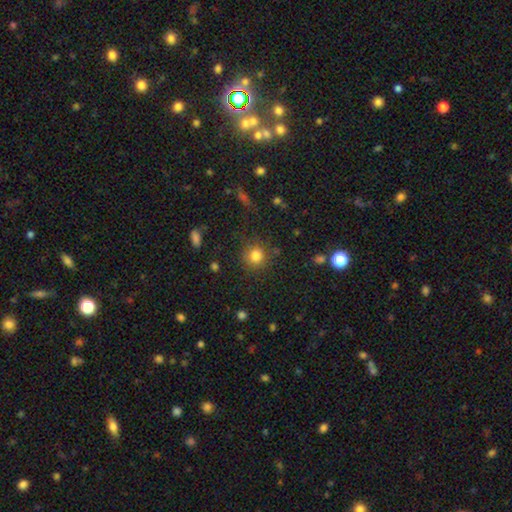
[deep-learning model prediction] Smooth or featured? smooth (81%)
How rounded? round (92%)
Merging? none (82%)